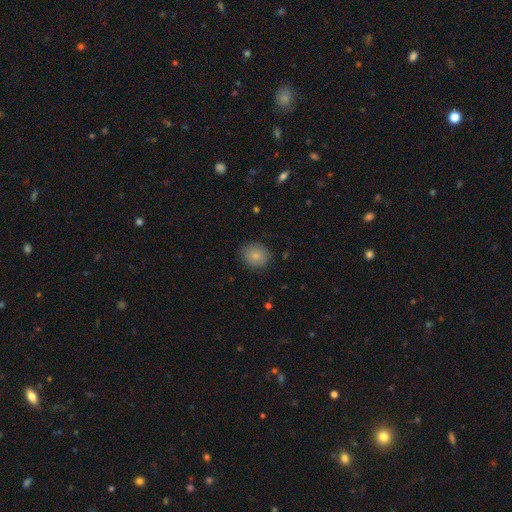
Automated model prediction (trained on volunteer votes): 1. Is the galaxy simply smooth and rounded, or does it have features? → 80% smooth, 12% featured or disk, 9% star or artifact.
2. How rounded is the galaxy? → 76% round, 23% in between, 1% cigar-shaped.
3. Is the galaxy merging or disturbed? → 83% none, 12% minor disturbance, 3% major disturbance, 1% merger.